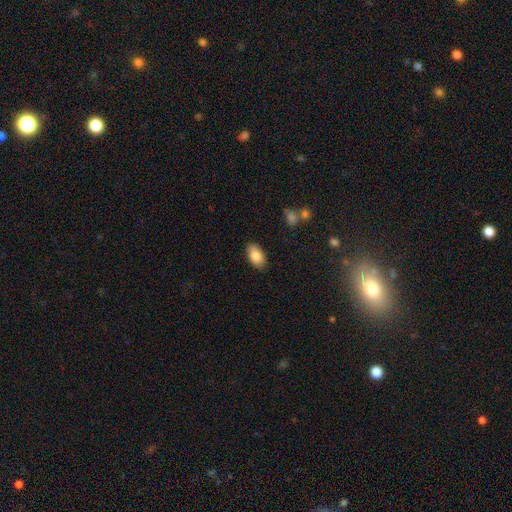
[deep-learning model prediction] The model was most divided on "merging": none: 86%, minor disturbance: 10%, major disturbance: 2%, merger: 1%. More confident: how rounded — in between (93%); smooth or featured — smooth (86%).